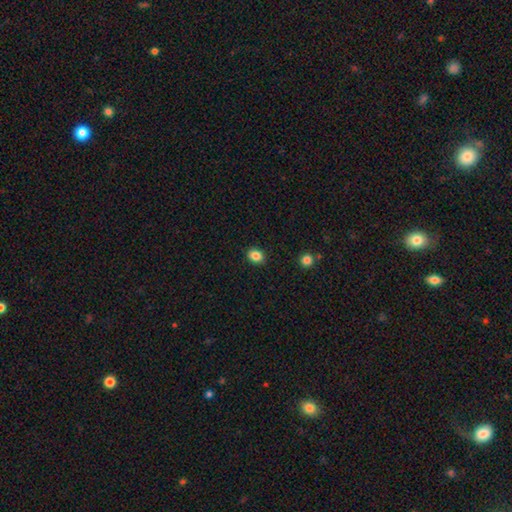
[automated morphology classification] A smooth galaxy with no disk features (85%) that is in between round and cigar-shaped (59%). Merging: none (90%).